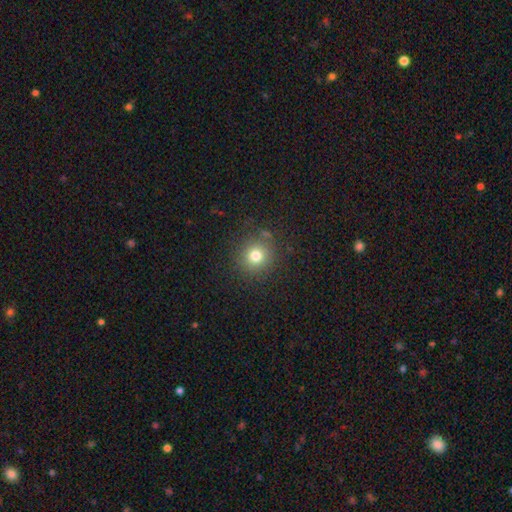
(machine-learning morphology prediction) The model was most divided on "smooth or featured": smooth: 77%, star or artifact: 15%, featured or disk: 8%. More confident: how rounded — round (91%); merging — none (85%).